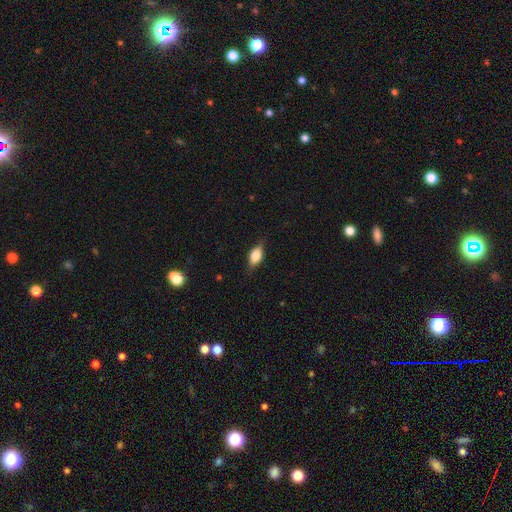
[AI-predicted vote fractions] Smooth or featured: smooth — 67% (featured or disk — 25%)
How rounded: in between — 82% (cigar-shaped — 10%)
Merging: none — 79% (minor disturbance — 16%)